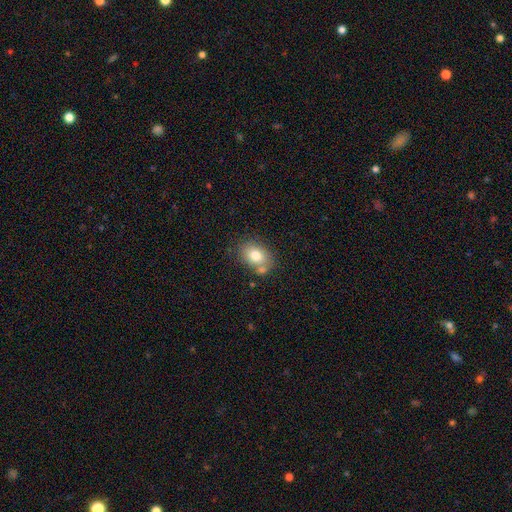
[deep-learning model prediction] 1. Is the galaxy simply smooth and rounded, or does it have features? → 77% smooth, 14% featured or disk, 9% star or artifact.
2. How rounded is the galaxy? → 69% in between, 30% round, 1% cigar-shaped.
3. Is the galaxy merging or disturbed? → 62% none, 18% merger, 15% minor disturbance, 4% major disturbance.